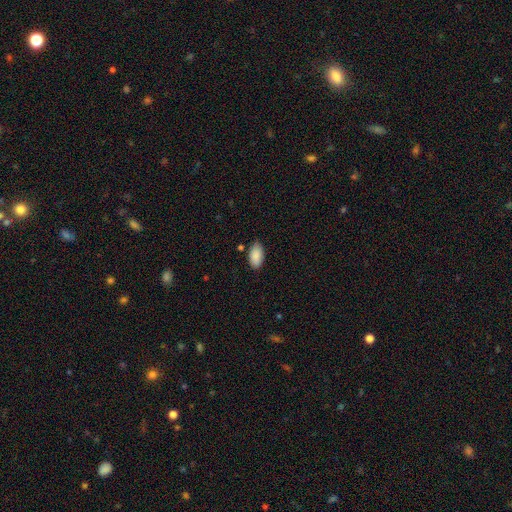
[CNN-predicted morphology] Smooth or featured?
  - smooth: 89% *
  - star or artifact: 6%
  - featured or disk: 4%
How rounded?
  - in between: 95% *
  - round: 3%
  - cigar-shaped: 2%
Merging?
  - none: 80% *
  - minor disturbance: 16%
  - major disturbance: 3%
  - merger: 2%